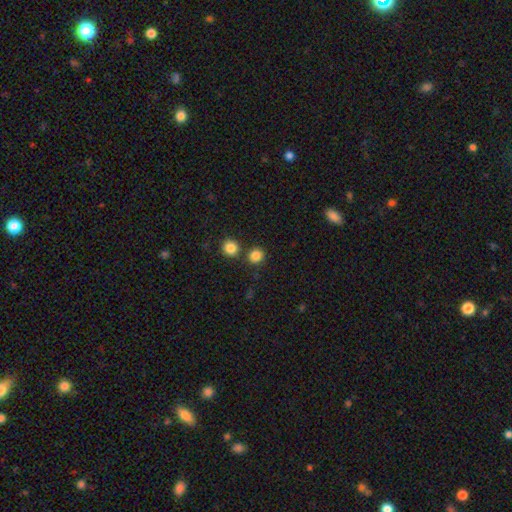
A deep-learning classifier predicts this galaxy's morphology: smooth-or-featured: smooth: 85% | star or artifact: 11% | featured or disk: 4%
  how-rounded: round: 87% | in between: 12% | cigar-shaped: 1%
  merging: none: 76% | merger: 14% | minor disturbance: 7% | major disturbance: 3%